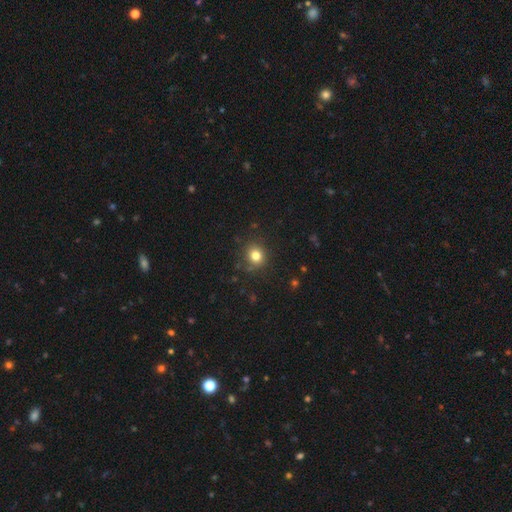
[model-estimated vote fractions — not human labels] This is likely a smooth galaxy (80%). How rounded: clearly round (83%). Merging: clearly none (84%).